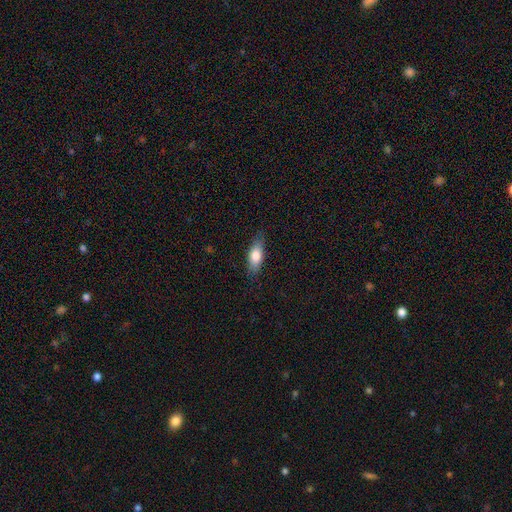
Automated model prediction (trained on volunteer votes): A smooth galaxy with no disk features (76%) that is in between round and cigar-shaped (75%).

Vote fractions:
- Smooth or featured? smooth: 76% / featured or disk: 17% / star or artifact: 7%
- How rounded? in between: 75% / cigar-shaped: 21% / round: 3%
- Merging? none: 80% / minor disturbance: 16% / major disturbance: 3% / merger: 1%